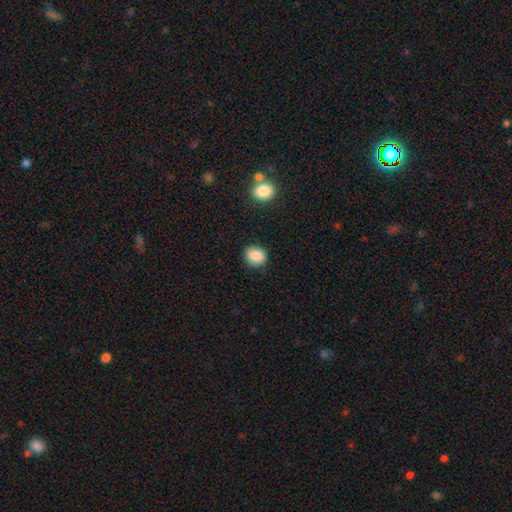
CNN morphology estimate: smooth_or_featured: smooth (p=0.87) [alt: star or artifact p=0.09]
how_rounded: round (p=0.71) [alt: in between p=0.28]
merging: none (p=0.87) [alt: minor disturbance p=0.09]